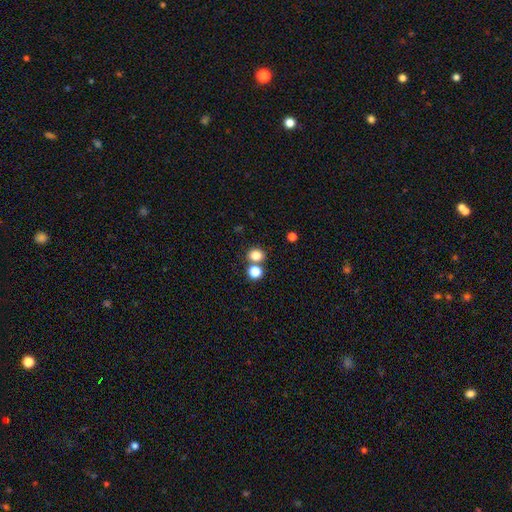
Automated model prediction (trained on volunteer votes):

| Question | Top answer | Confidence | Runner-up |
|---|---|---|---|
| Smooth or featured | smooth | 80% | star or artifact (14%) |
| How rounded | round | 78% | in between (21%) |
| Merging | none | 65% | merger (25%) |